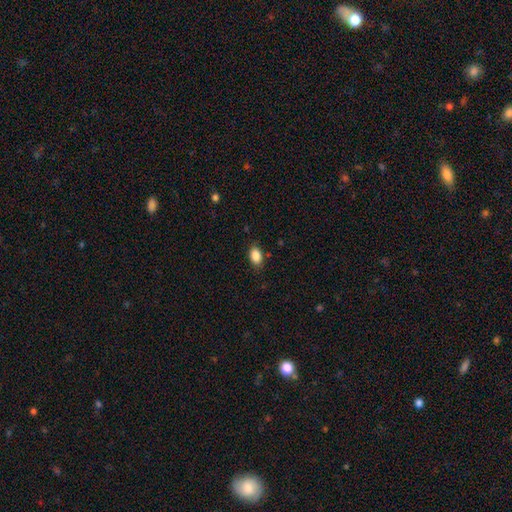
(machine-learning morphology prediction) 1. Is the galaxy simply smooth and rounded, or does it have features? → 88% smooth, 8% star or artifact, 4% featured or disk.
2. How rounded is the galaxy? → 88% in between, 10% round, 2% cigar-shaped.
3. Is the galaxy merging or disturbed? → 85% none, 12% minor disturbance, 3% major disturbance, 1% merger.